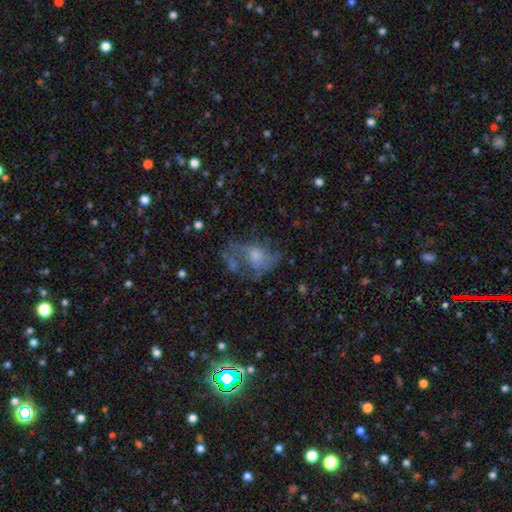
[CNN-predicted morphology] Smooth or featured? featured or disk (46%)
Merging? none (38%)